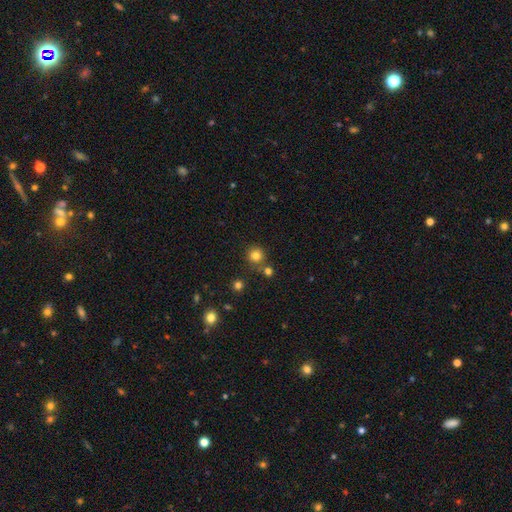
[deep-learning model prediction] Smooth or featured: smooth — 80% (star or artifact — 14%)
How rounded: round — 92% (in between — 7%)
Merging: none — 76% (merger — 13%)